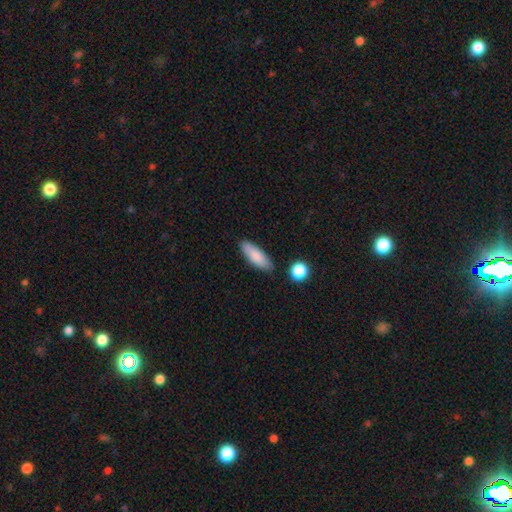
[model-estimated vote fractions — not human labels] This is clearly a smooth galaxy (84%). How rounded: likely in between (61%). Merging: clearly none (82%).